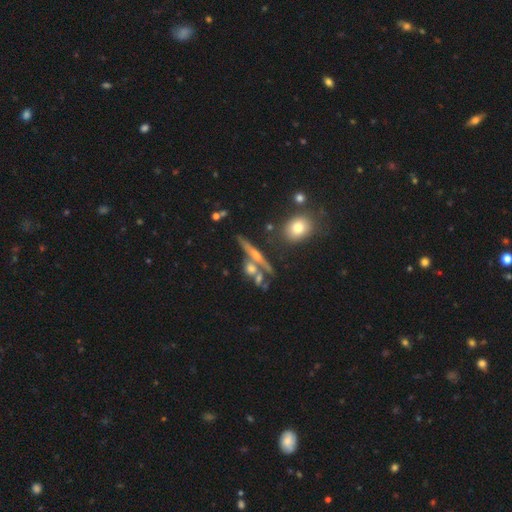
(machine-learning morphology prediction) Smooth or featured?
  - featured or disk: 64% *
  - smooth: 24%
  - star or artifact: 12%
Edge-on disk?
  - yes: 88% *
  - no: 12%
Edge-on bulge?
  - rounded: 72% *
  - none: 19%
  - boxy: 9%
Merging?
  - none: 61% *
  - merger: 20%
  - minor disturbance: 13%
  - major disturbance: 6%